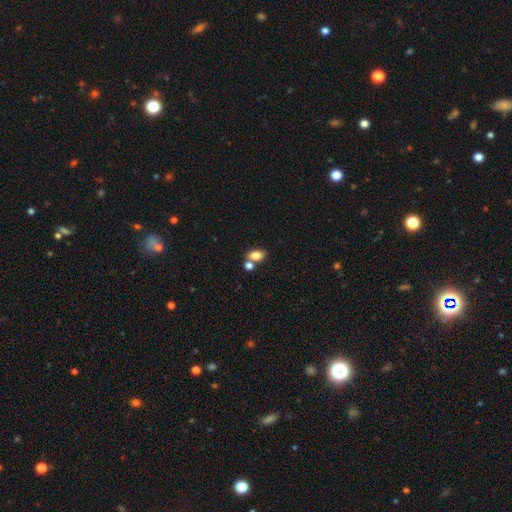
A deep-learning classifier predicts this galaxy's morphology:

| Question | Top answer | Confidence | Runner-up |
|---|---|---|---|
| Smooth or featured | smooth | 81% | featured or disk (10%) |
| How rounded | in between | 85% | round (13%) |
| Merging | none | 53% | merger (32%) |